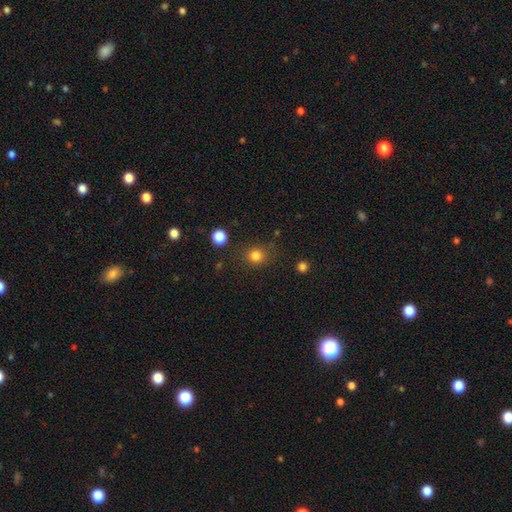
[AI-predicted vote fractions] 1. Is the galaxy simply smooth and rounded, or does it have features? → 82% smooth, 14% star or artifact, 5% featured or disk.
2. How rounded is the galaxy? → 85% round, 14% in between, 1% cigar-shaped.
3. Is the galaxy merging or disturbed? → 81% none, 11% minor disturbance, 4% major disturbance, 3% merger.